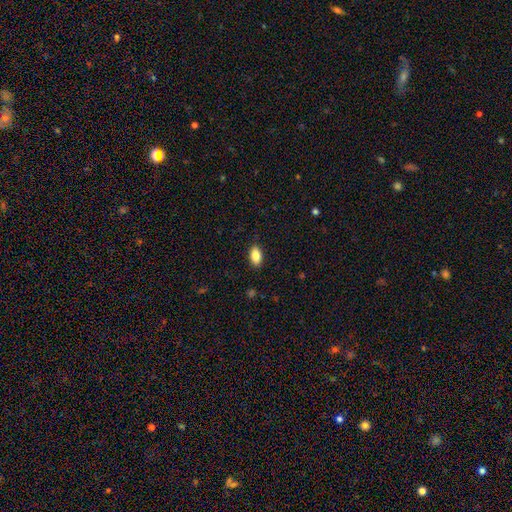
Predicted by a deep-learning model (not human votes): A smooth galaxy with no disk features (86%) that is in between round and cigar-shaped (92%).

Vote fractions:
- Smooth or featured? smooth: 86% / star or artifact: 8% / featured or disk: 6%
- How rounded? in between: 92% / round: 5% / cigar-shaped: 4%
- Merging? none: 88% / minor disturbance: 9% / major disturbance: 2% / merger: 1%